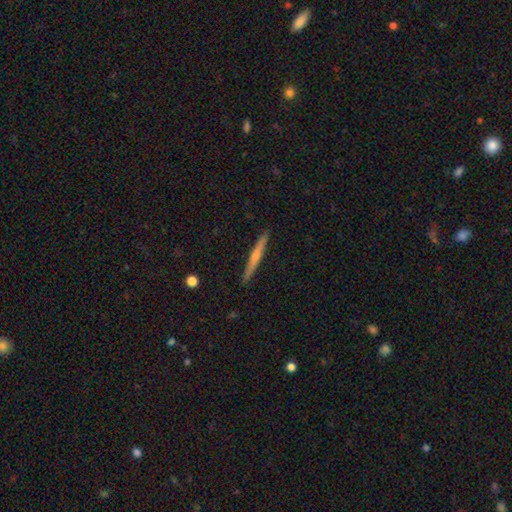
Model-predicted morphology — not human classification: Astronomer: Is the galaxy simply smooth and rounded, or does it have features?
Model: featured or disk — 51% (runner-up: smooth, 43%).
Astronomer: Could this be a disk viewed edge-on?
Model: yes — 97%.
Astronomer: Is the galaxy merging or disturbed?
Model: none — 91%.